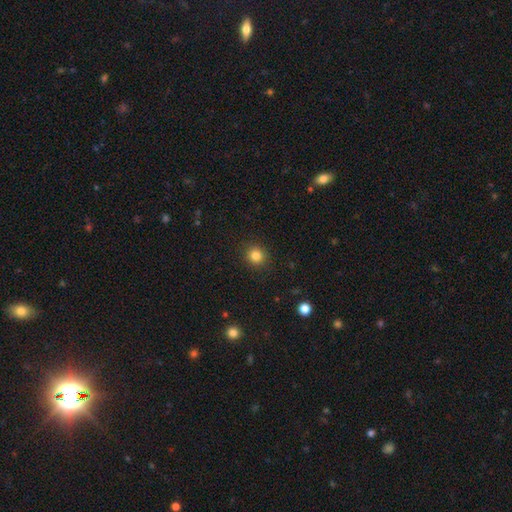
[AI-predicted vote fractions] A smooth galaxy with no disk features (83%) that is round (89%). Merging: none (91%).